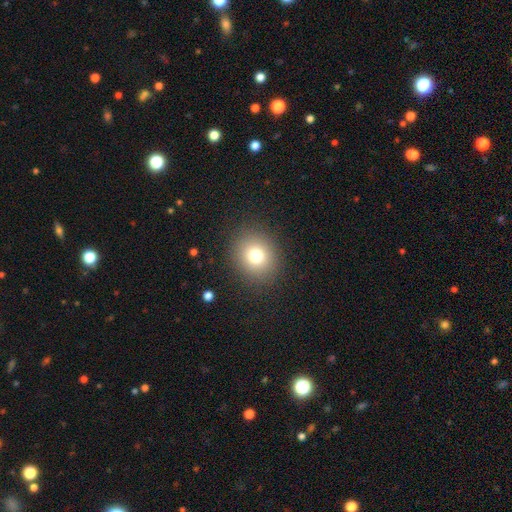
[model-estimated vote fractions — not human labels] smooth-or-featured: smooth: 76% | star or artifact: 14% | featured or disk: 10%
  how-rounded: round: 78% | in between: 21% | cigar-shaped: 1%
  merging: none: 88% | minor disturbance: 7% | major disturbance: 3% | merger: 1%